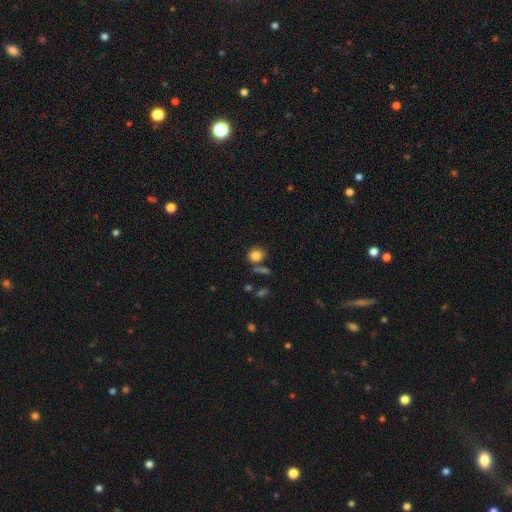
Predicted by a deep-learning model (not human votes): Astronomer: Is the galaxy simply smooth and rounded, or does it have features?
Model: smooth — 84%.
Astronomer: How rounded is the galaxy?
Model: round — 75%.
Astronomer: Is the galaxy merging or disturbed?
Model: none — 70%.